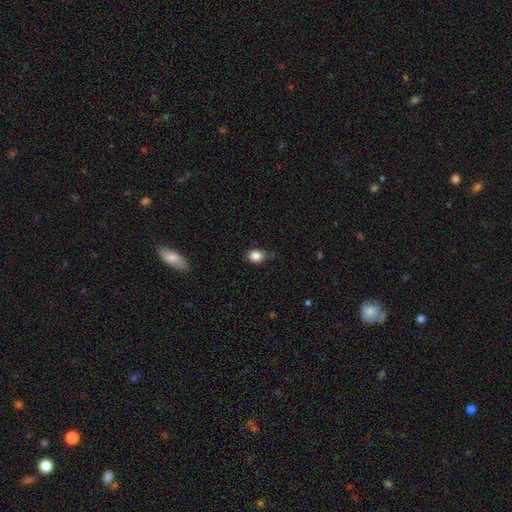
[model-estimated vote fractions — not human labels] smooth-or-featured: smooth: 86% | star or artifact: 10% | featured or disk: 4%
  how-rounded: round: 67% | in between: 32% | cigar-shaped: 1%
  merging: none: 73% | minor disturbance: 21% | major disturbance: 4% | merger: 2%